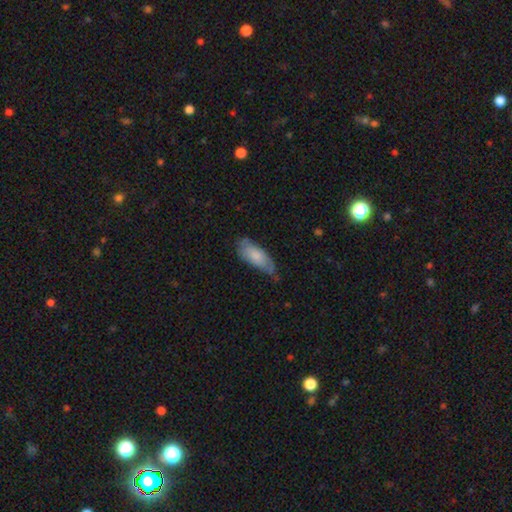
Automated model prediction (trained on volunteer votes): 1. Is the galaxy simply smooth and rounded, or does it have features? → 71% smooth, 23% featured or disk, 6% star or artifact.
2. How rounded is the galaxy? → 80% in between, 18% cigar-shaped, 2% round.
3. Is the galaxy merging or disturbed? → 52% none, 37% minor disturbance, 9% major disturbance, 2% merger.